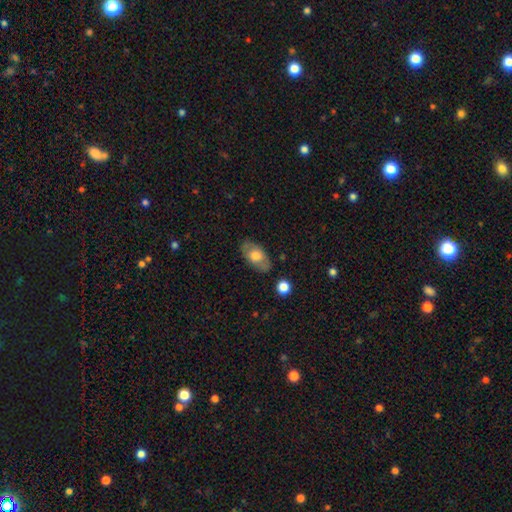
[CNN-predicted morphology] smooth-or-featured: smooth: 62% | featured or disk: 31% | star or artifact: 6%
  how-rounded: in between: 91% | round: 6% | cigar-shaped: 3%
  merging: none: 79% | minor disturbance: 15% | major disturbance: 4% | merger: 2%